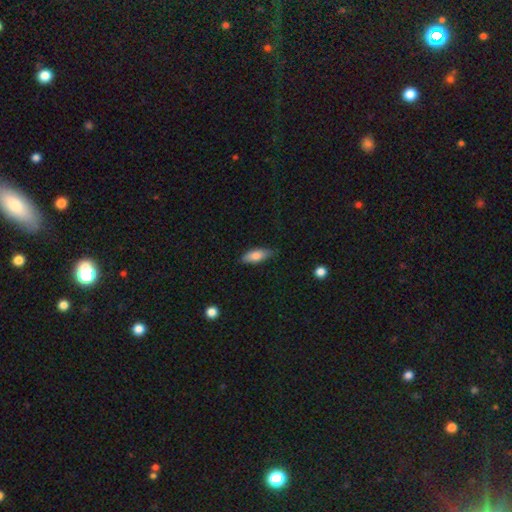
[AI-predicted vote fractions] A smooth galaxy with no disk features (78%) that is in between round and cigar-shaped (77%). Merging: none (77%).